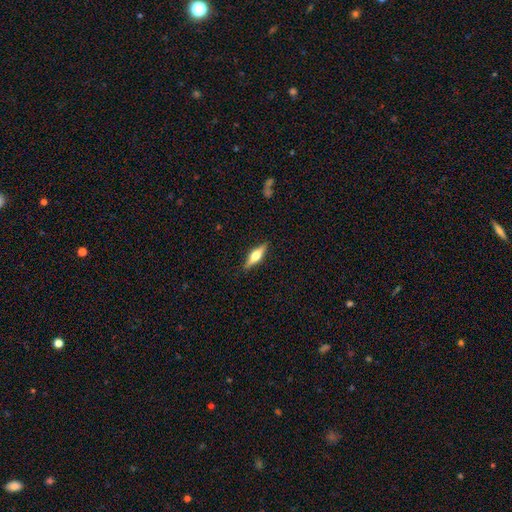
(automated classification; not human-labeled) featured or disk 58%, smooth 36%, star or artifact 6%. Down the decision tree: edge-on disk — yes (95%); edge-on bulge — rounded (94%); merging — none (89%).